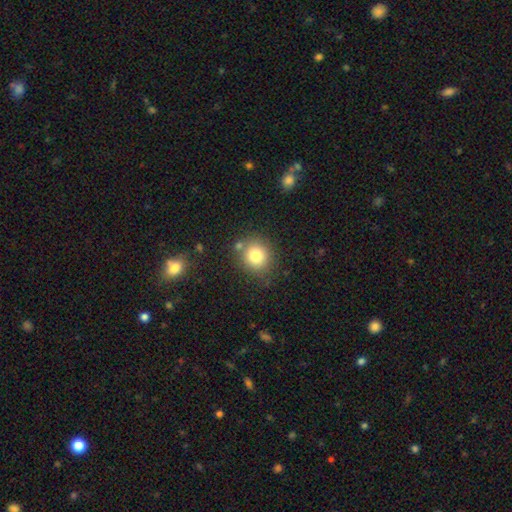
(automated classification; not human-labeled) Smooth or featured?
  - smooth: 78% *
  - star or artifact: 12%
  - featured or disk: 10%
How rounded?
  - round: 85% *
  - in between: 14%
  - cigar-shaped: 1%
Merging?
  - none: 78% *
  - minor disturbance: 11%
  - merger: 8%
  - major disturbance: 4%